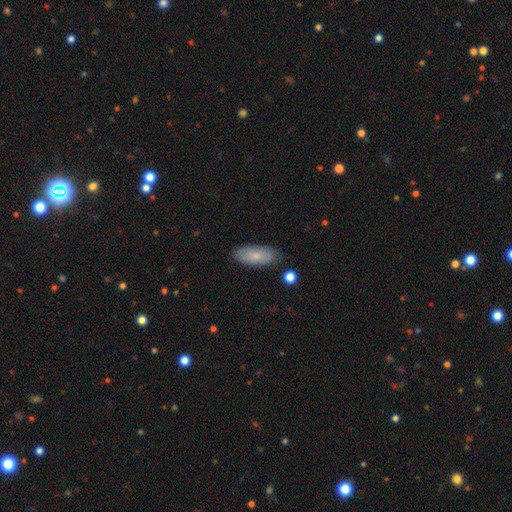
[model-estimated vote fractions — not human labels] The model was most divided on "smooth or featured": smooth: 78%, featured or disk: 15%, star or artifact: 6%. More confident: merging — none (82%); how rounded — in between (80%).